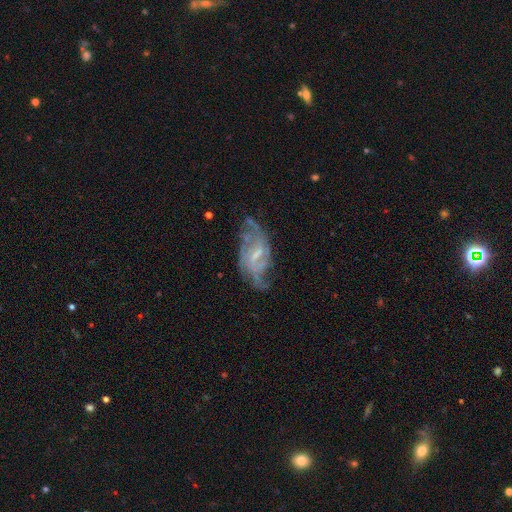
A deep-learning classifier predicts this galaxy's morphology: smooth_or_featured: featured or disk (p=0.80) [alt: smooth p=0.12]
disk_edge_on: no (p=0.95) [alt: yes p=0.05]
bar: weak (p=0.55) [alt: no p=0.23]
has_spiral_arms: yes (p=0.85) [alt: no p=0.15]
spiral_winding: medium (p=0.42) [alt: loose p=0.34]
spiral_arm_count: 2 (p=0.38) [alt: can't tell p=0.33]
bulge_size: small (p=0.49) [alt: moderate p=0.28]
merging: none (p=0.53) [alt: minor disturbance p=0.25]